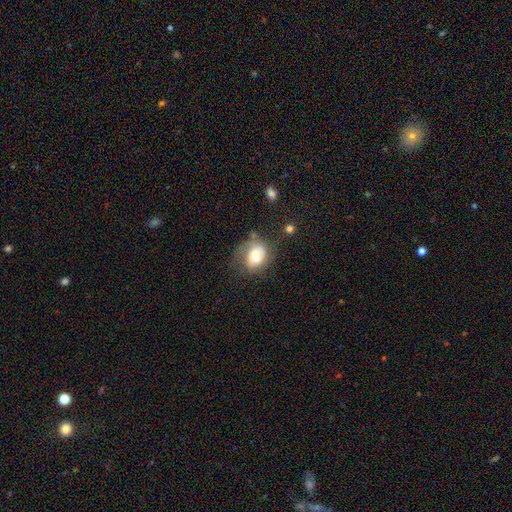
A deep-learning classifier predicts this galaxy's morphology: smooth 69%, featured or disk 22%, star or artifact 9%. Down the decision tree: how rounded — in between (57%); merging — none (47%).